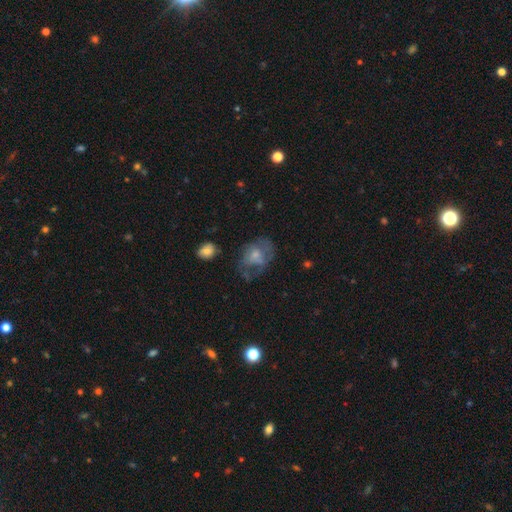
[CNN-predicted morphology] Smooth or featured? smooth (48%)
Merging? major disturbance (36%)